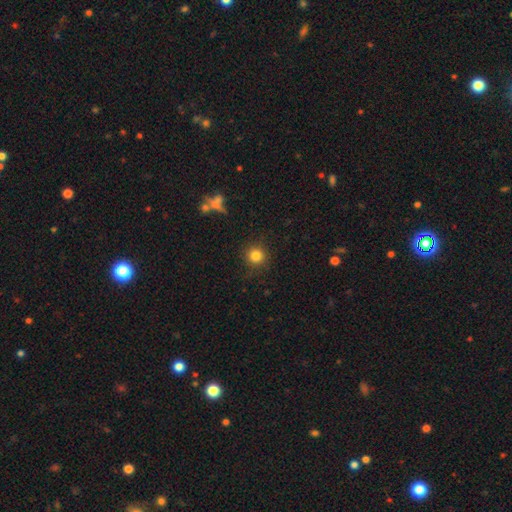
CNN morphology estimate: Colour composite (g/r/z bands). It shows a smooth galaxy with no disk features (82%) that is round (94%). Merging: none (88%).